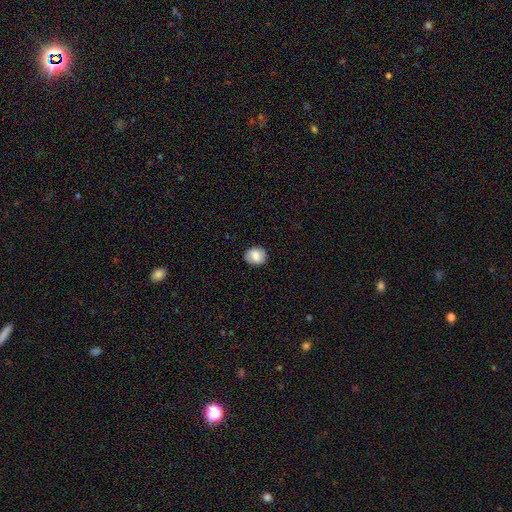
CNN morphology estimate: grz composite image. It shows a smooth galaxy with no disk features (72%) that is round (60%). Merging: none (85%).